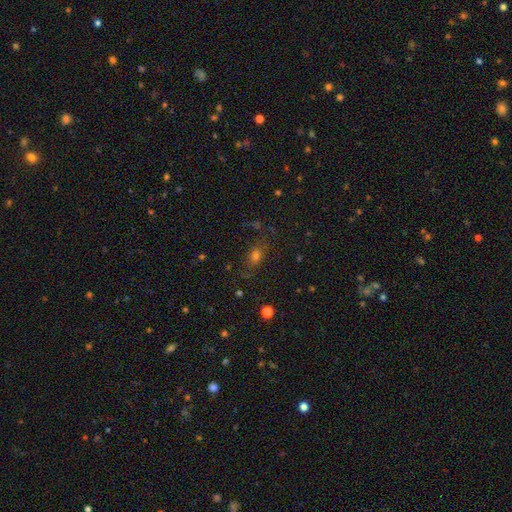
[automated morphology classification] type=smooth (55%); roundness=in between (67%); merging=none (70%).